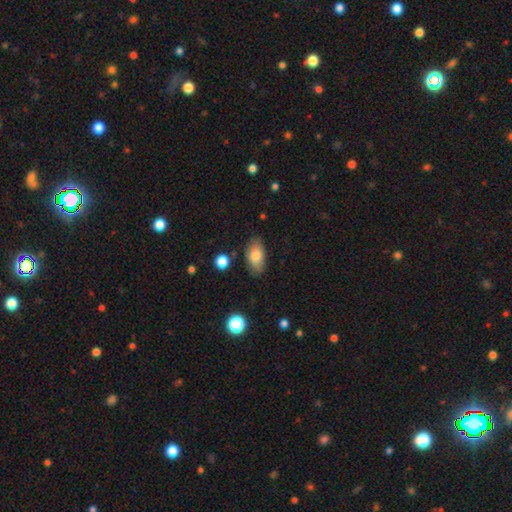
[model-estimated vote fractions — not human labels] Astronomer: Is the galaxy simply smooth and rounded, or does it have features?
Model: smooth — 80%.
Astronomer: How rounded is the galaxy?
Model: in between — 92%.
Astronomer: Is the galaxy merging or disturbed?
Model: none — 81%.